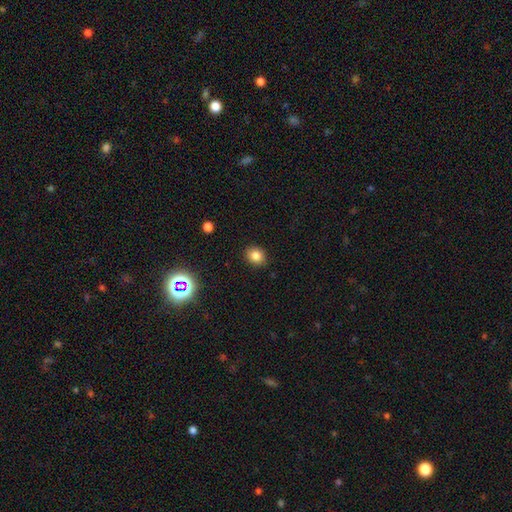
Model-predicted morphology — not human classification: Smooth or featured?
  - smooth: 81% *
  - star or artifact: 13%
  - featured or disk: 6%
How rounded?
  - round: 61% *
  - in between: 38%
  - cigar-shaped: 1%
Merging?
  - none: 89% *
  - minor disturbance: 8%
  - major disturbance: 2%
  - merger: 1%